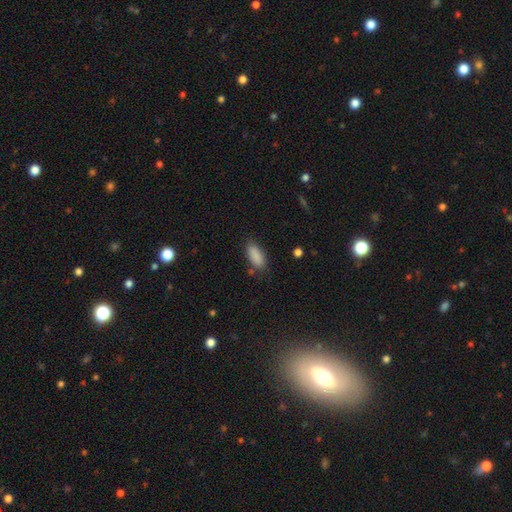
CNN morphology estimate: This appears to be a smooth galaxy with no disk features (88%) that is in between round and cigar-shaped (84%). Merging: none (79%).